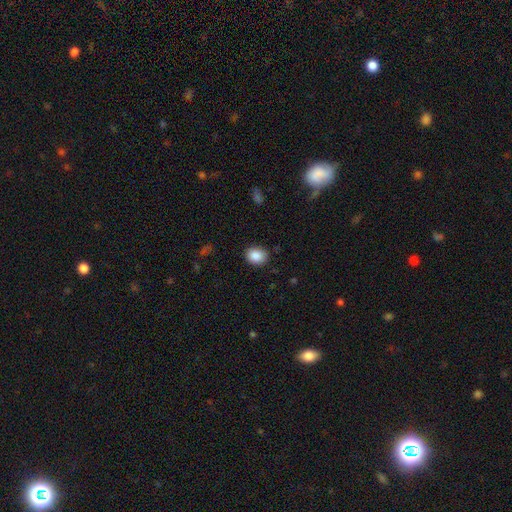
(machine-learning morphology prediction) Q: Smooth or featured?
A: smooth (88%); runner-up: star or artifact (8%)
Q: How rounded?
A: round (56%); runner-up: in between (43%)
Q: Merging?
A: none (86%); runner-up: minor disturbance (10%)